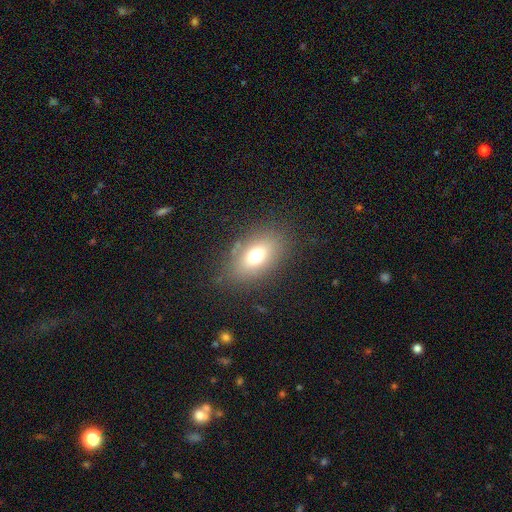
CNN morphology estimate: Q: Smooth or featured?
A: smooth (70%); runner-up: featured or disk (18%)
Q: How rounded?
A: in between (83%); runner-up: round (14%)
Q: Merging?
A: none (80%); runner-up: minor disturbance (12%)